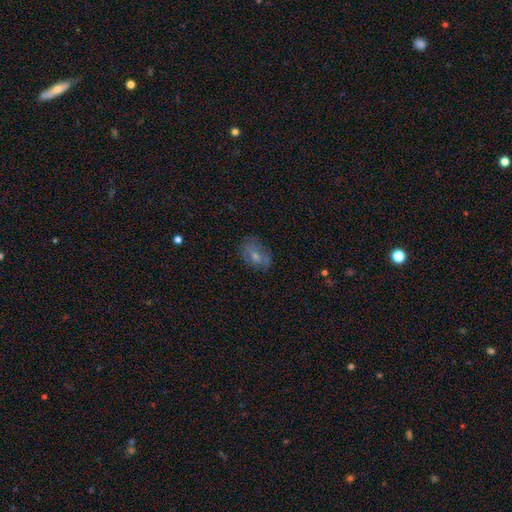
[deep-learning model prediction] Smooth or featured? smooth (56%)
How rounded? in between (81%)
Merging? none (67%)